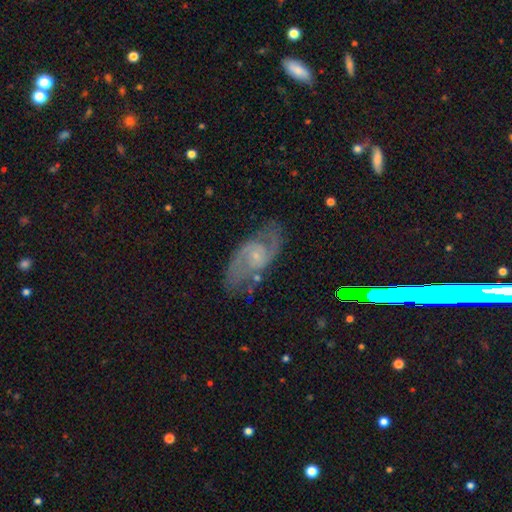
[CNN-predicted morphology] A featured or disk galaxy (82%) with no bar (50%), 2 (86%) medium (54%) spiral arms (96%) and a small central bulge (70%).

Vote fractions:
- Smooth or featured? featured or disk: 82% / smooth: 9% / star or artifact: 9%
- Edge-on disk? no: 95% / yes: 5%
- Bar? no: 50% / weak: 41% / strong: 9%
- Spiral arms? yes: 96% / no: 4%
- Spiral winding? medium: 54% / tight: 25% / loose: 21%
- Spiral arm count? 2: 86% / can't tell: 7% / 3: 3% / 1: 2% / 4: 1% / more than 4: 1%
- Bulge size? small: 70% / moderate: 18% / none: 10% / large: 1% / dominant: 1%
- Merging? none: 74% / minor disturbance: 17% / major disturbance: 7% / merger: 2%